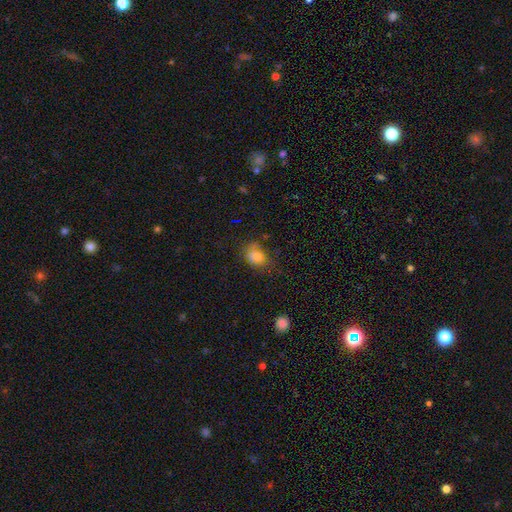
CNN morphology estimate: Smooth or featured? Predicted: smooth (p=0.78). How rounded? Predicted: in between (p=0.56). Merging? Predicted: none (p=0.57).